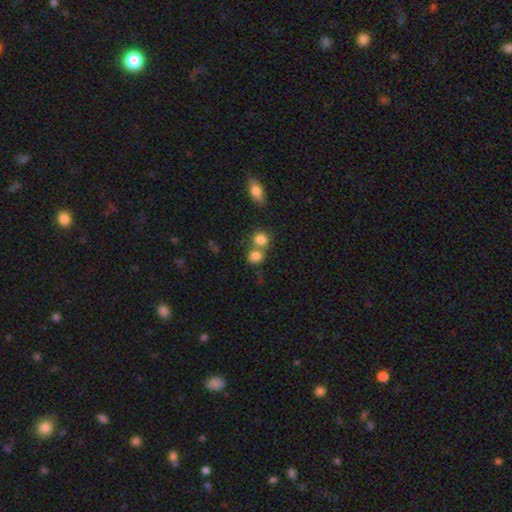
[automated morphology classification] This appears to be a smooth galaxy with no disk features (82%) that is round (76%). Merging: none (46%).